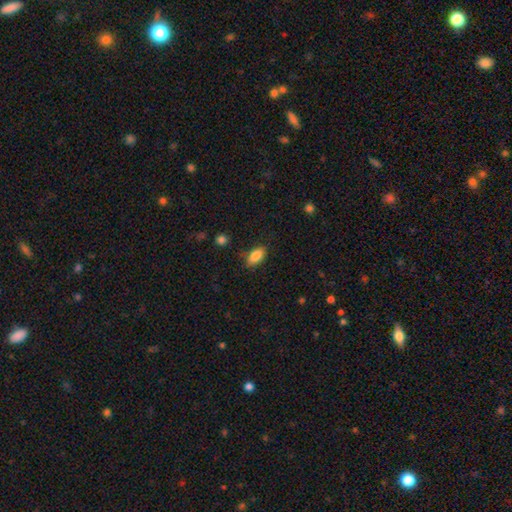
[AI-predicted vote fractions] Q: Smooth or featured?
A: smooth (85%); runner-up: star or artifact (8%)
Q: How rounded?
A: in between (90%); runner-up: round (5%)
Q: Merging?
A: none (79%); runner-up: minor disturbance (16%)